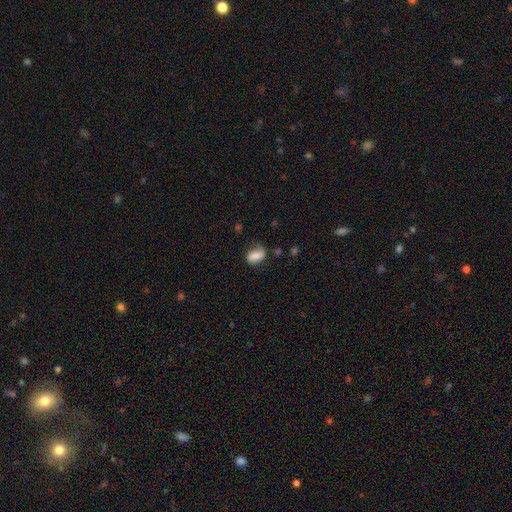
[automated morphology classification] The model was most divided on "merging": none: 52%, minor disturbance: 30%, major disturbance: 15%, merger: 3%. More confident: how rounded — in between (84%); smooth or featured — smooth (68%).